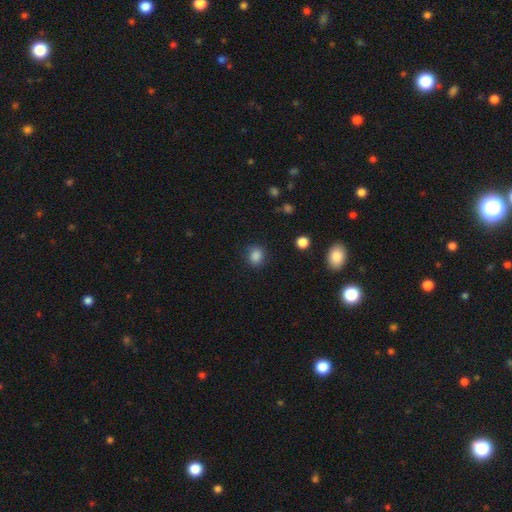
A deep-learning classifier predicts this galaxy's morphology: type=smooth (85%); roundness=round (64%); merging=none (82%).